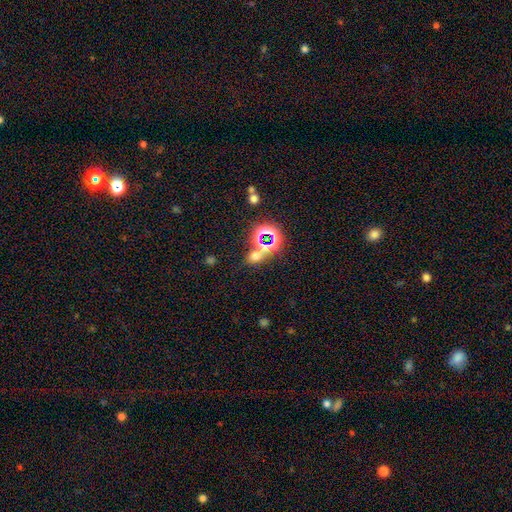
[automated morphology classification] The model was most divided on "smooth or featured": smooth: 47%, star or artifact: 44%, featured or disk: 9%. More confident: merging — none (59%).